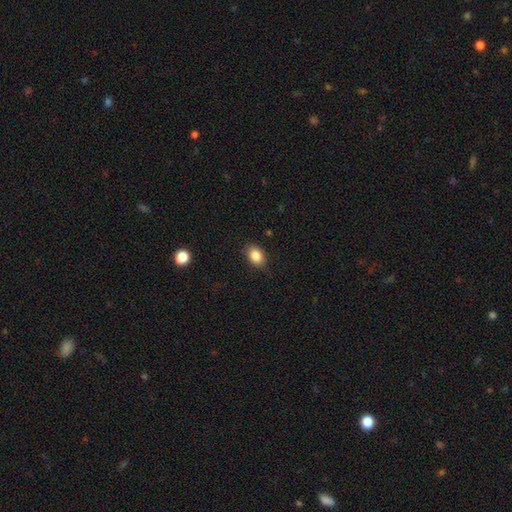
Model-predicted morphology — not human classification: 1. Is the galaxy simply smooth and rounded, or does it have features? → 86% smooth, 9% star or artifact, 6% featured or disk.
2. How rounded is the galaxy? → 76% in between, 23% round, 1% cigar-shaped.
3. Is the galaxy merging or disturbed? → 81% none, 15% minor disturbance, 3% major disturbance, 1% merger.